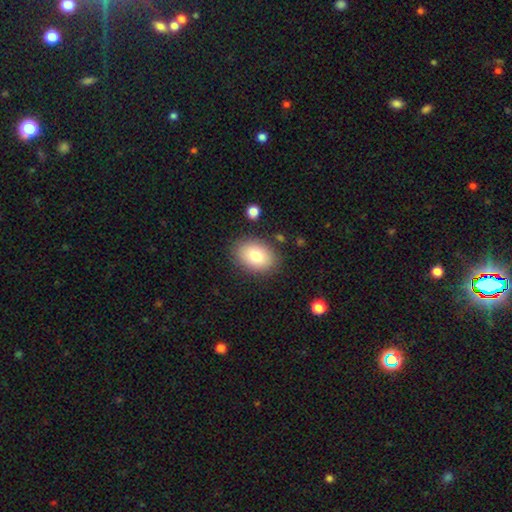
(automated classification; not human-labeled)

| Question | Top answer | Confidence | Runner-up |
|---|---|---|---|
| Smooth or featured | smooth | 79% | featured or disk (12%) |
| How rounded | in between | 76% | round (23%) |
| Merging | none | 84% | minor disturbance (11%) |